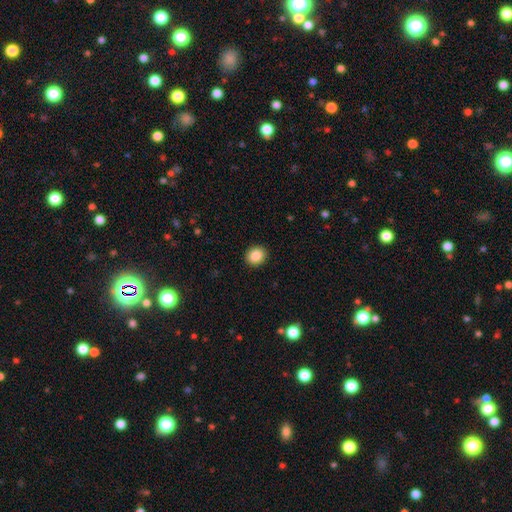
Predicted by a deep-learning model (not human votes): This is clearly a smooth galaxy (88%). How rounded: likely round (71%). Merging: clearly none (91%).